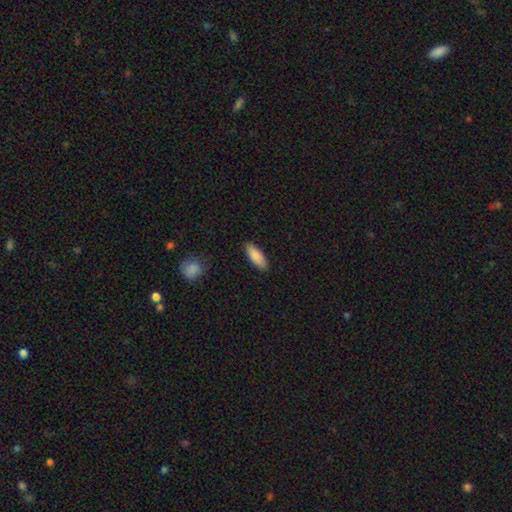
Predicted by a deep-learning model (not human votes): Q: Smooth or featured?
A: smooth (87%); runner-up: featured or disk (7%)
Q: How rounded?
A: in between (75%); runner-up: cigar-shaped (24%)
Q: Merging?
A: none (86%); runner-up: minor disturbance (11%)